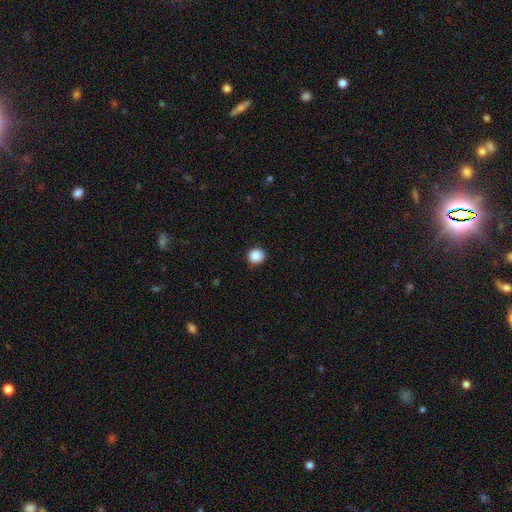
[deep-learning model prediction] Morphology: type=smooth (89%); roundness=round (90%); merging=none (92%).